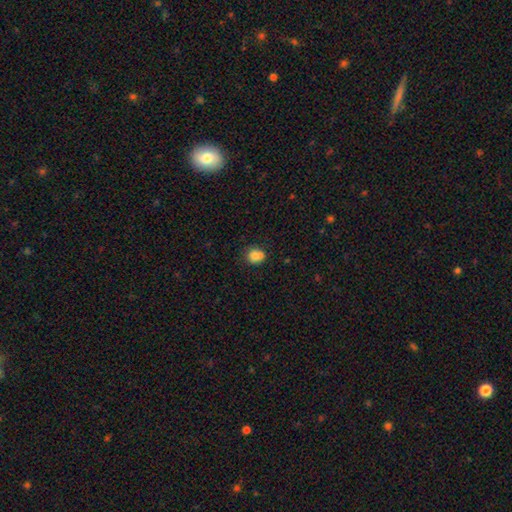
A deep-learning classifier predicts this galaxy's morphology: A smooth galaxy with no disk features (80%) that is round (71%).

Vote fractions:
- Smooth or featured? smooth: 80% / star or artifact: 10% / featured or disk: 9%
- How rounded? round: 71% / in between: 28% / cigar-shaped: 1%
- Merging? none: 58% / minor disturbance: 19% / merger: 18% / major disturbance: 5%